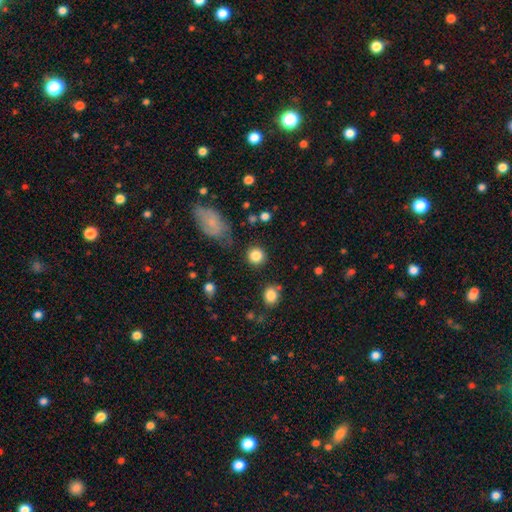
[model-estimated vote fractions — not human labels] smooth 85%, star or artifact 9%, featured or disk 6%. Down the decision tree: how rounded — round (91%); merging — none (84%).